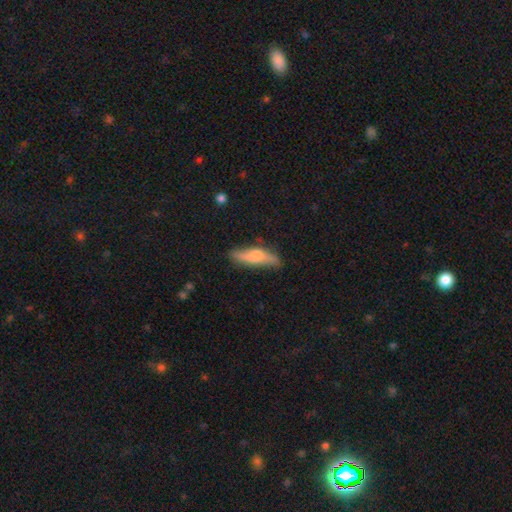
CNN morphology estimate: Smooth or featured? smooth (56%)
How rounded? cigar-shaped (68%)
Merging? none (72%)